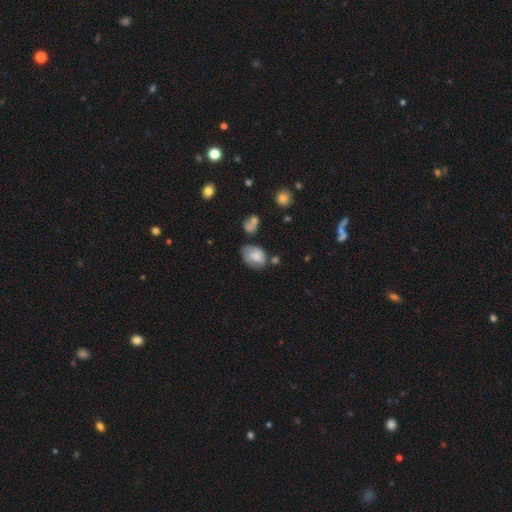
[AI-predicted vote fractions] smooth_or_featured: smooth (p=0.70) [alt: featured or disk p=0.21]
how_rounded: in between (p=0.75) [alt: round p=0.24]
merging: none (p=0.45) [alt: minor disturbance p=0.31]